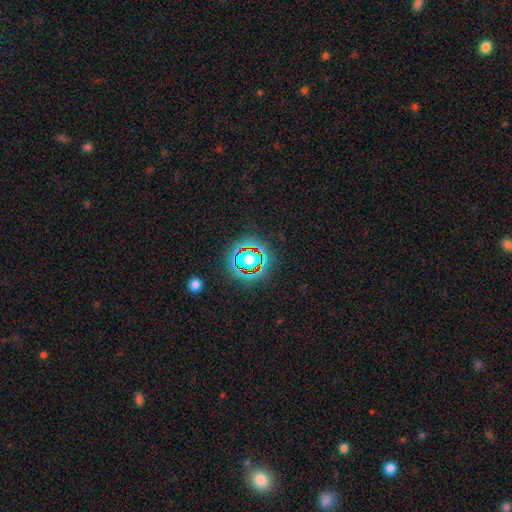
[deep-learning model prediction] Morphology: type=star or artifact (71%).